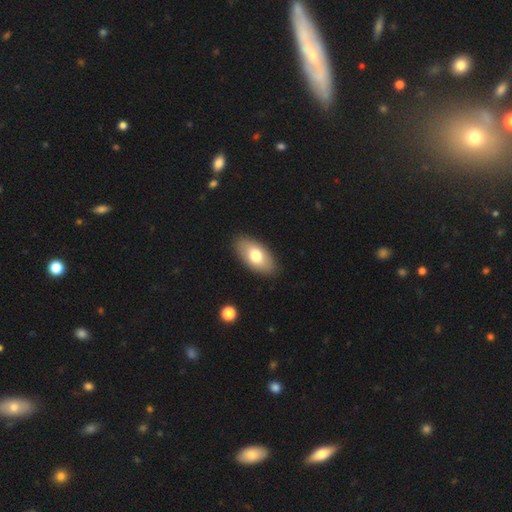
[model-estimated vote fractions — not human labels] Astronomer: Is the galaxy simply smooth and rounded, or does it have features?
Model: smooth — 72%.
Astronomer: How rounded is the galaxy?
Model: in between — 93%.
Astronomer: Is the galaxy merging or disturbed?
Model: none — 88%.